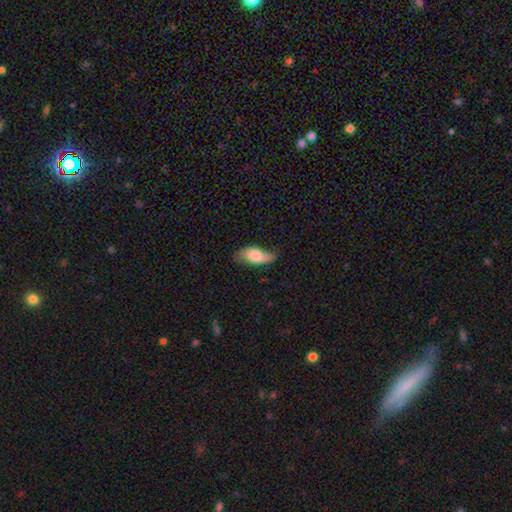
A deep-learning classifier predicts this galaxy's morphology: Smooth or featured? Predicted: smooth (p=0.63). How rounded? Predicted: in between (p=0.88). Merging? Predicted: none (p=0.54).